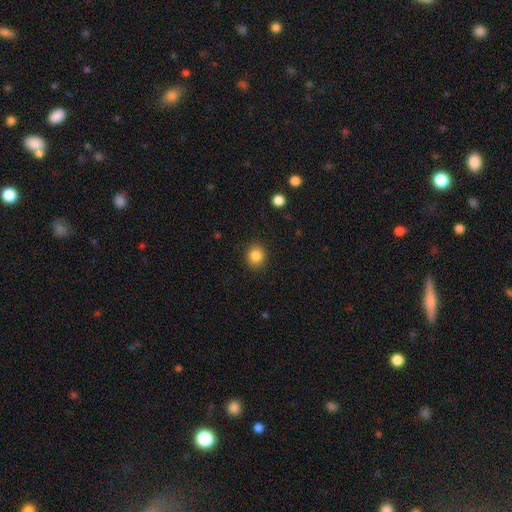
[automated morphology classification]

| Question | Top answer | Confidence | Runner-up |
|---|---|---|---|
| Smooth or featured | smooth | 85% | star or artifact (10%) |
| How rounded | round | 82% | in between (17%) |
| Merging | none | 90% | minor disturbance (7%) |